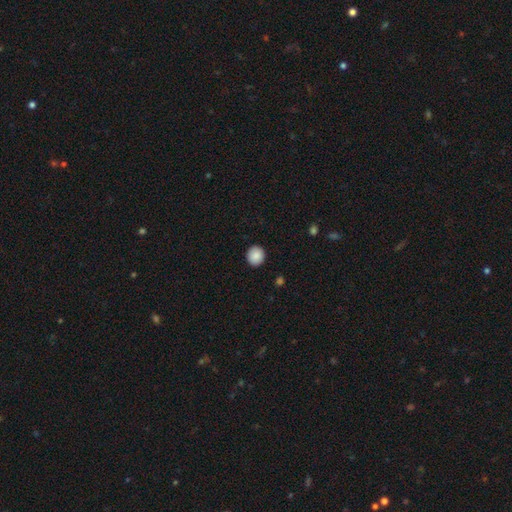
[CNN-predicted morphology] Smooth or featured?
  - smooth: 89% *
  - star or artifact: 8%
  - featured or disk: 3%
How rounded?
  - round: 90% *
  - in between: 9%
  - cigar-shaped: 1%
Merging?
  - none: 92% *
  - minor disturbance: 5%
  - major disturbance: 2%
  - merger: 1%